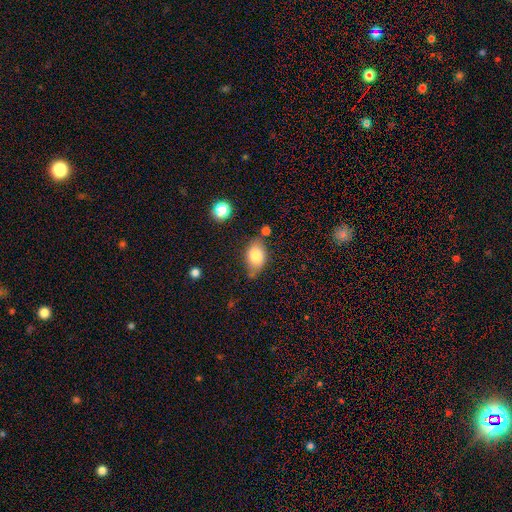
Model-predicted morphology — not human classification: A smooth galaxy with no disk features (77%) that is in between round and cigar-shaped (87%). Merging: none (59%).